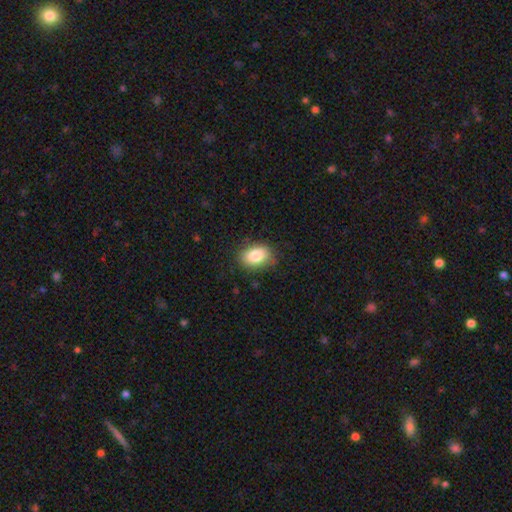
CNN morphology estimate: This appears to be a smooth galaxy with no disk features (84%) that is in between round and cigar-shaped (80%). Merging: none (81%).